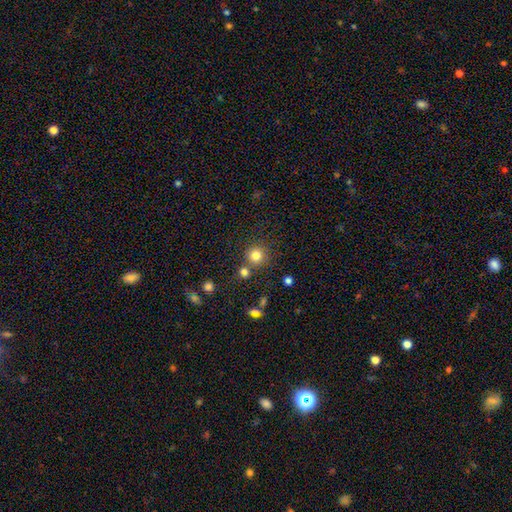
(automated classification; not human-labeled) The model was most divided on "merging": none: 77%, merger: 13%, minor disturbance: 8%, major disturbance: 3%. More confident: how rounded — round (94%); smooth or featured — smooth (81%).